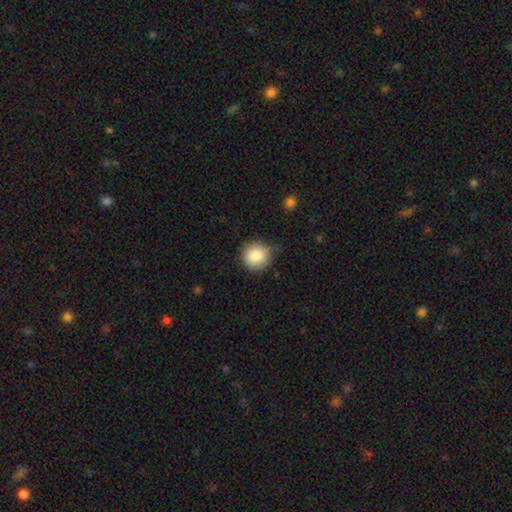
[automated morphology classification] The model was most divided on "merging": none: 79%, minor disturbance: 16%, major disturbance: 3%, merger: 1%. More confident: how rounded — round (91%); smooth or featured — smooth (86%).